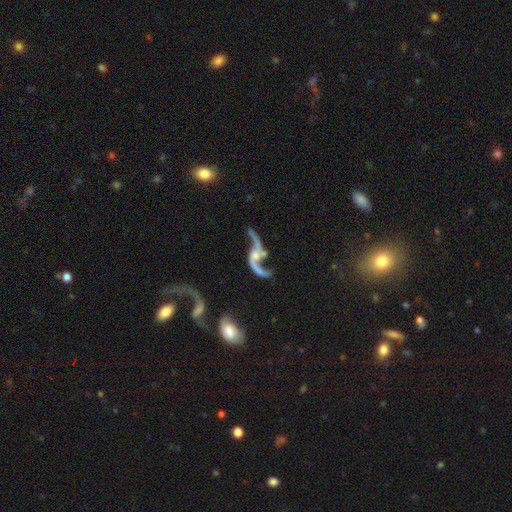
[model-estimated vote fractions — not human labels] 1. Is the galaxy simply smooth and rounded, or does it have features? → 90% featured or disk, 6% star or artifact, 4% smooth.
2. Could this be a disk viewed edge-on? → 95% no, 5% yes.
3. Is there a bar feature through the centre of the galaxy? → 58% no, 32% weak, 10% strong.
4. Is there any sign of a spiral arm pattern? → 95% yes, 5% no.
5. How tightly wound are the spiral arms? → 92% loose, 6% medium, 2% tight.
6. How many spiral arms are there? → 93% 2, 2% 1, 1% can't tell, 1% 3, 1% 4, 1% more than 4.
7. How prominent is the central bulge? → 44% small, 29% moderate, 21% none, 5% large, 2% dominant.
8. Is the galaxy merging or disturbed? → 55% none, 17% minor disturbance, 16% major disturbance, 12% merger.